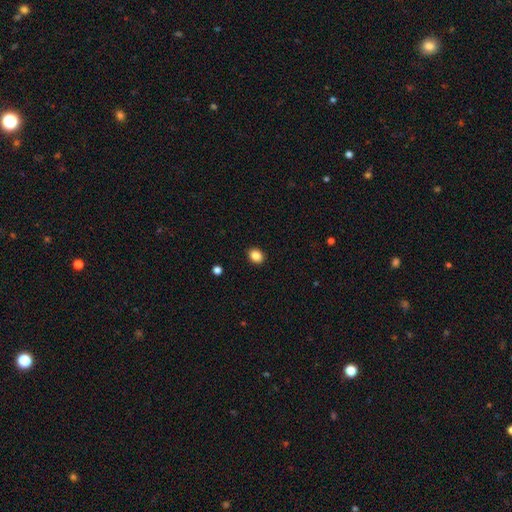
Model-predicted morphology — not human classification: smooth 86%, star or artifact 10%, featured or disk 4%. Down the decision tree: how rounded — round (53%); merging — none (91%).